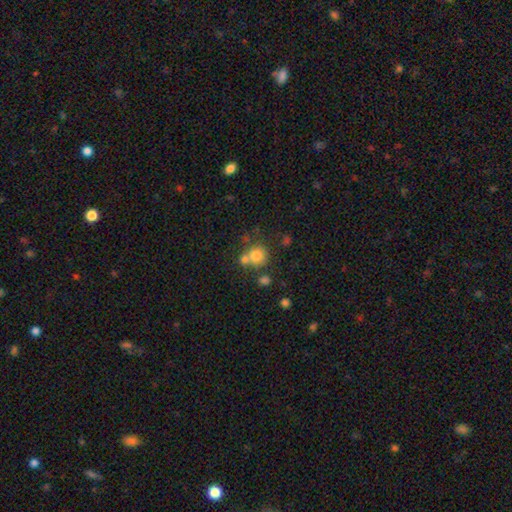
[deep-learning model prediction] Morphology: type=smooth (76%); roundness=round (87%); merging=none (54%).